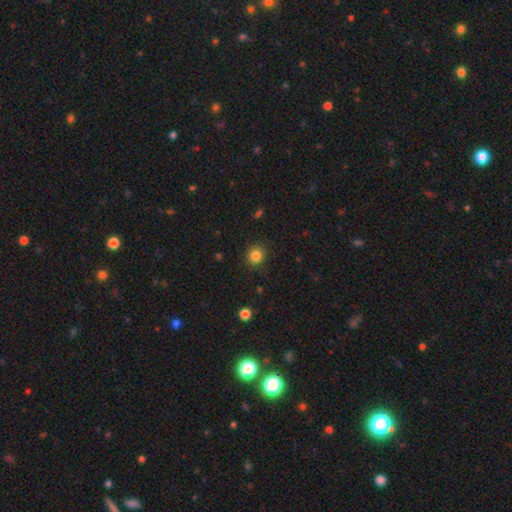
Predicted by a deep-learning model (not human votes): Smooth or featured?
  - smooth: 84% *
  - star or artifact: 11%
  - featured or disk: 5%
How rounded?
  - round: 89% *
  - in between: 10%
  - cigar-shaped: 1%
Merging?
  - none: 89% *
  - minor disturbance: 7%
  - major disturbance: 2%
  - merger: 1%